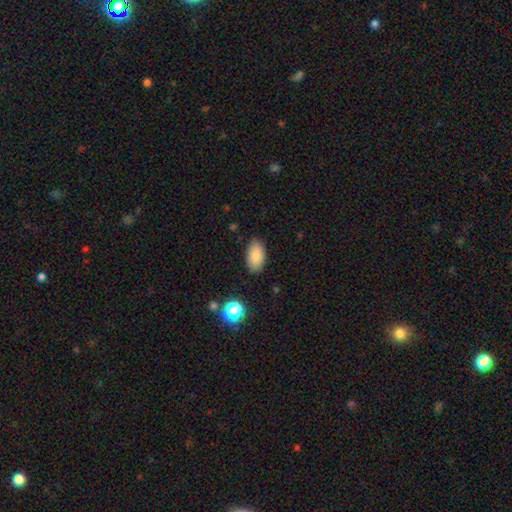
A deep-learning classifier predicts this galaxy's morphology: smooth 86%, star or artifact 8%, featured or disk 6%. Down the decision tree: how rounded — in between (94%); merging — none (85%).